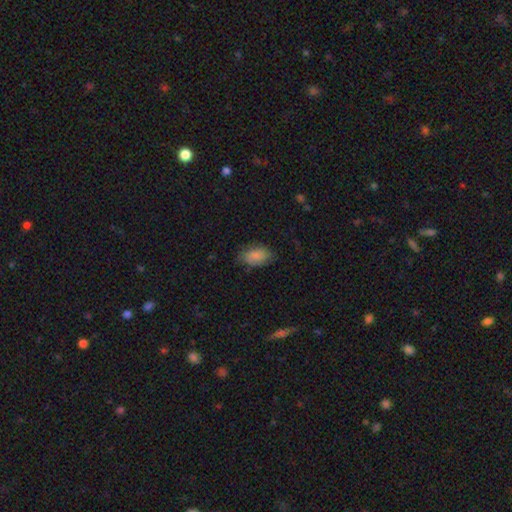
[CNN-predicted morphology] Smooth or featured? smooth (79%)
How rounded? in between (91%)
Merging? none (68%)